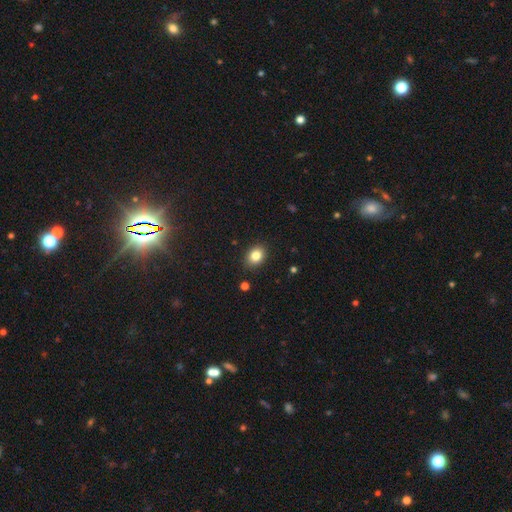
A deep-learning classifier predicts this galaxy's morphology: The model was most divided on "how rounded": in between: 60%, round: 39%, cigar-shaped: 1%. More confident: merging — none (88%); smooth or featured — smooth (84%).